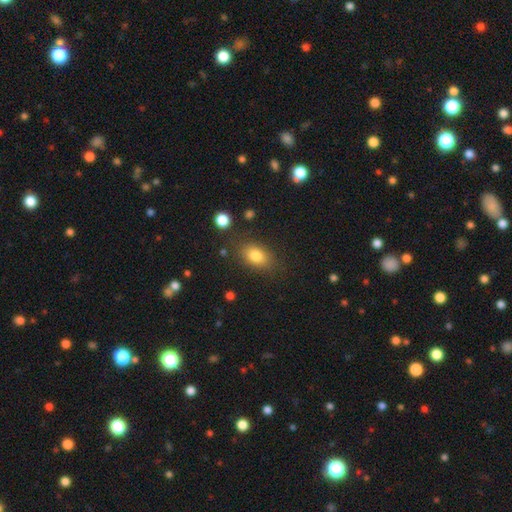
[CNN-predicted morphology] This appears to be a smooth galaxy with no disk features (82%) that is in between round and cigar-shaped (82%). Merging: none (78%).